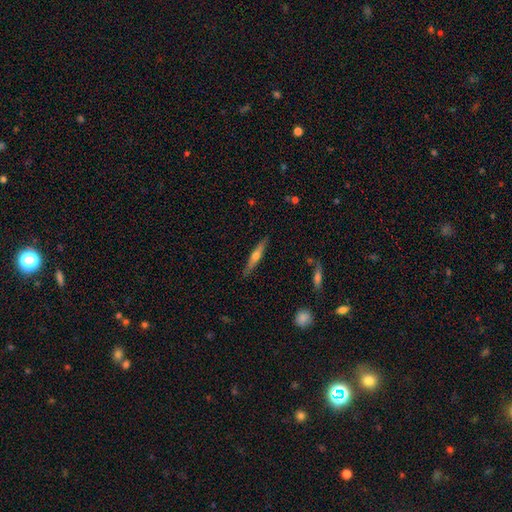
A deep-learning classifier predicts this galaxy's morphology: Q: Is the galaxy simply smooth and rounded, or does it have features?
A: featured or disk — 55%.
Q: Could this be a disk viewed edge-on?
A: yes — 95%.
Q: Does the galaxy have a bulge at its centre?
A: rounded — 87%.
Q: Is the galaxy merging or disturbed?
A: none — 88%.